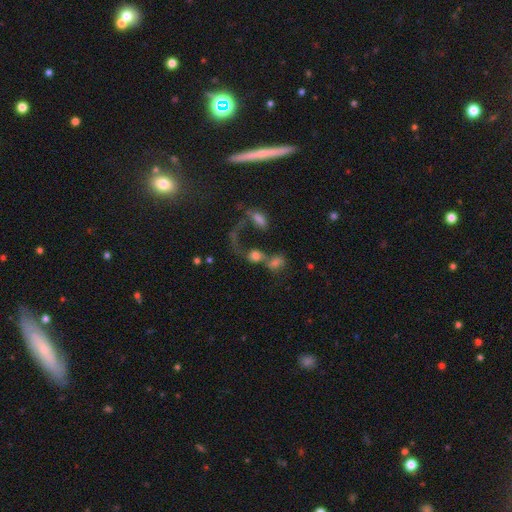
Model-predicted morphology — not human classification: The model was most divided on "how rounded": in between: 50%, round: 46%, cigar-shaped: 4%. More confident: smooth or featured — smooth (56%); merging — merger (56%).